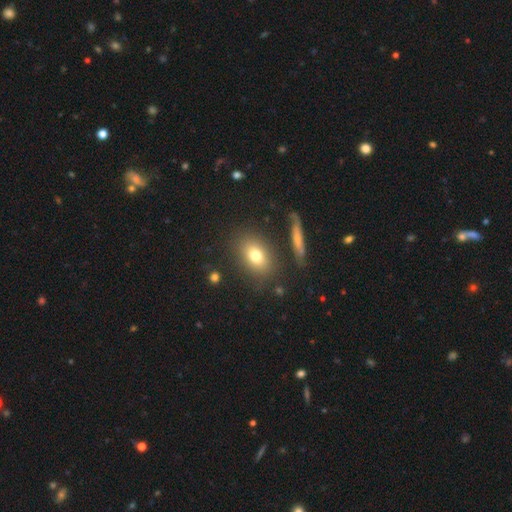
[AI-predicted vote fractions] smooth_or_featured: smooth (p=0.75) [alt: featured or disk p=0.14]
how_rounded: in between (p=0.71) [alt: round p=0.25]
merging: none (p=0.81) [alt: minor disturbance p=0.11]